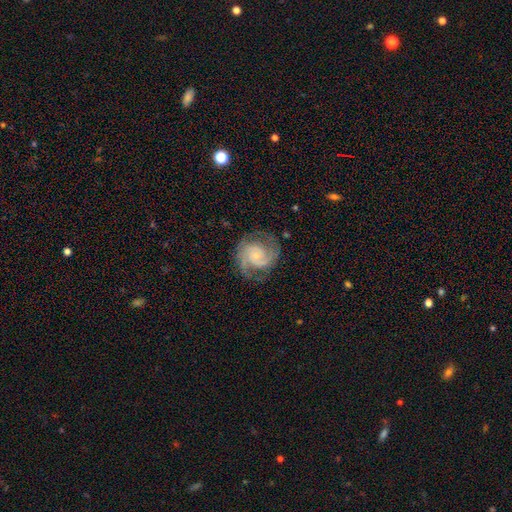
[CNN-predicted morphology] Smooth or featured?
  - featured or disk: 85% *
  - smooth: 9%
  - star or artifact: 6%
Edge-on disk?
  - no: 98% *
  - yes: 2%
Bar?
  - no: 68% *
  - weak: 26%
  - strong: 5%
Spiral arms?
  - yes: 97% *
  - no: 3%
Spiral winding?
  - tight: 45% *
  - medium: 44%
  - loose: 11%
Spiral arm count?
  - 2: 72% *
  - 3: 11%
  - can't tell: 9%
  - 1: 3%
  - 4: 3%
  - more than 4: 3%
Bulge size?
  - small: 73% *
  - moderate: 16%
  - none: 8%
  - large: 2%
  - dominant: 1%
Merging?
  - none: 74% *
  - minor disturbance: 16%
  - major disturbance: 9%
  - merger: 1%